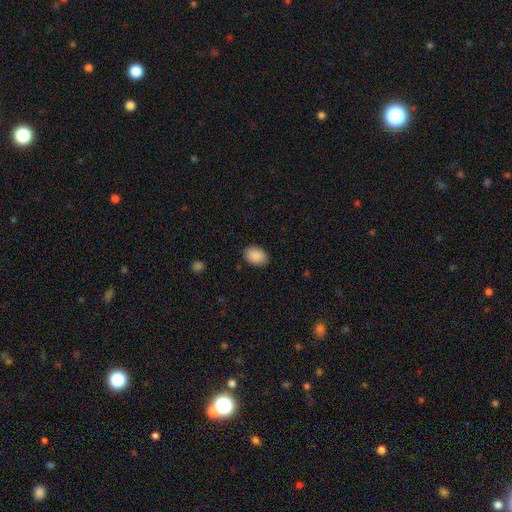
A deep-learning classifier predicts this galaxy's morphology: type=smooth (90%); roundness=in between (80%); merging=none (88%).